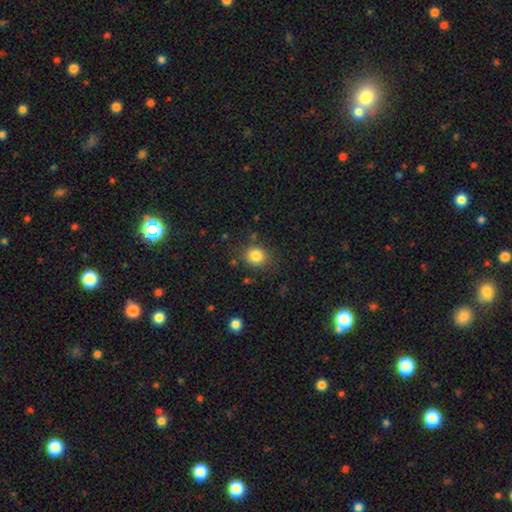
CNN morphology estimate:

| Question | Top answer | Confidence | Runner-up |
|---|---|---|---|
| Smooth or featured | smooth | 84% | star or artifact (11%) |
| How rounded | round | 79% | in between (20%) |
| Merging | none | 83% | minor disturbance (11%) |